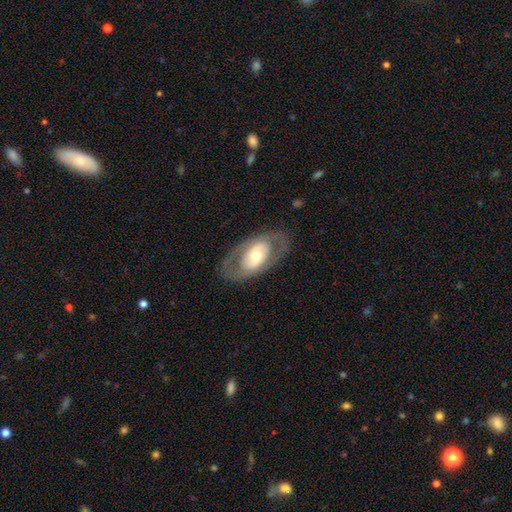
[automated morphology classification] A featured or disk galaxy (64%) with no bar (69%), no spiral arms (71%) and a moderate central bulge (62%).

Vote fractions:
- Smooth or featured? featured or disk: 64% / smooth: 31% / star or artifact: 5%
- Edge-on disk? no: 90% / yes: 10%
- Bar? no: 69% / weak: 20% / strong: 11%
- Spiral arms? no: 71% / yes: 29%
- Bulge size? moderate: 62% / small: 22% / large: 14% / dominant: 1% / none: 1%
- Merging? none: 78% / minor disturbance: 12% / major disturbance: 9% / merger: 1%